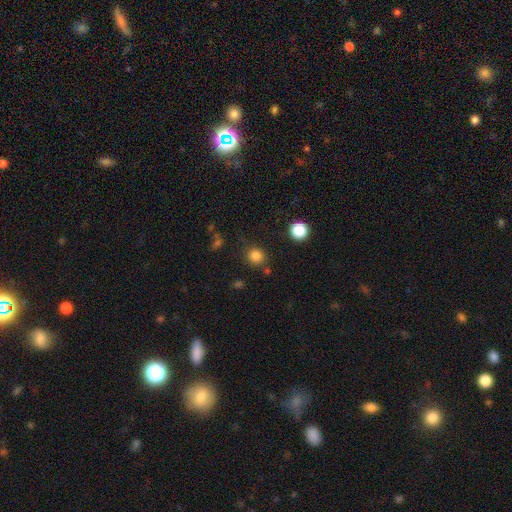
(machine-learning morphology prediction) smooth 82%, star or artifact 14%, featured or disk 4%. Down the decision tree: how rounded — round (89%); merging — none (83%).